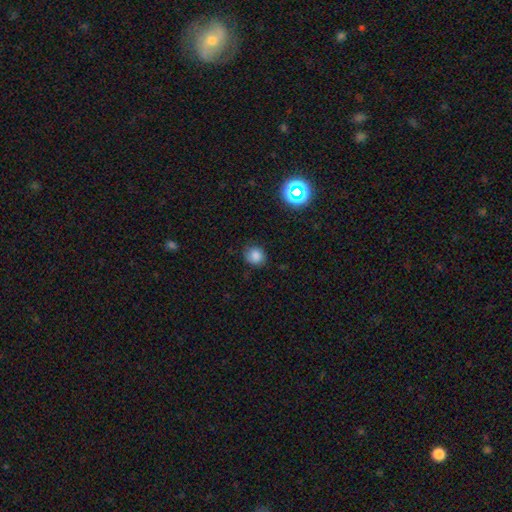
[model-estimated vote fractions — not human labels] Smooth or featured?
  - smooth: 81% *
  - star or artifact: 13%
  - featured or disk: 7%
How rounded?
  - round: 74% *
  - in between: 25%
  - cigar-shaped: 1%
Merging?
  - none: 79% *
  - minor disturbance: 16%
  - major disturbance: 4%
  - merger: 1%